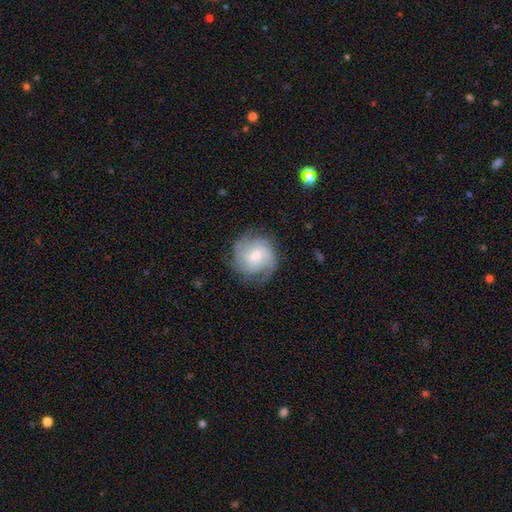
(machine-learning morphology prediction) type=featured or disk (80%); edge-on=no (98%); bar=no (54%); spiral arms=yes (96%); winding=tight (58%); arm count=3 (27%); bulge=small (58%); merging=none (77%).